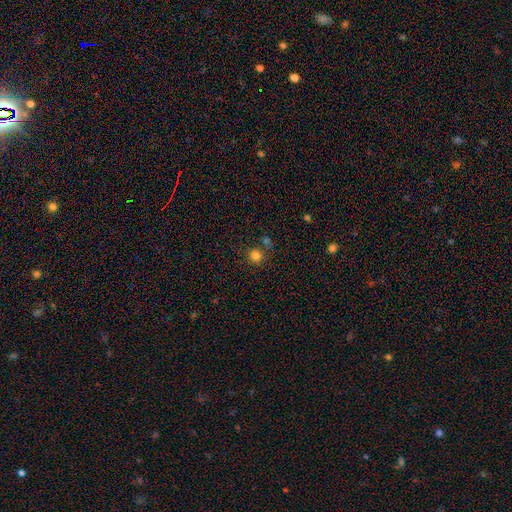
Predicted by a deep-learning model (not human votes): Smooth or featured? Predicted: smooth (p=0.81). How rounded? Predicted: round (p=0.90). Merging? Predicted: none (p=0.74).